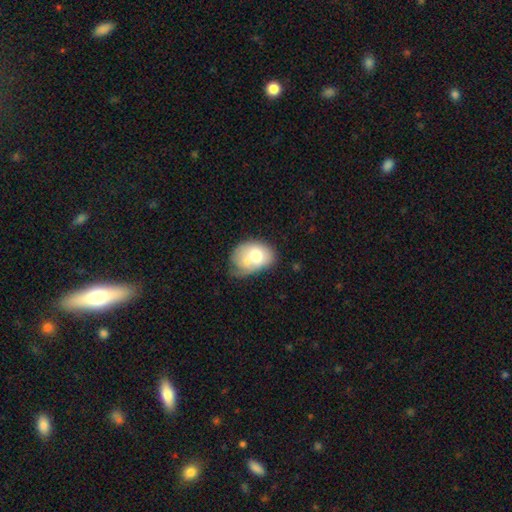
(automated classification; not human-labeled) Smooth or featured?
  - smooth: 69% *
  - featured or disk: 23%
  - star or artifact: 7%
How rounded?
  - in between: 74% *
  - round: 25%
  - cigar-shaped: 1%
Merging?
  - minor disturbance: 33% *
  - none: 31%
  - merger: 19%
  - major disturbance: 16%